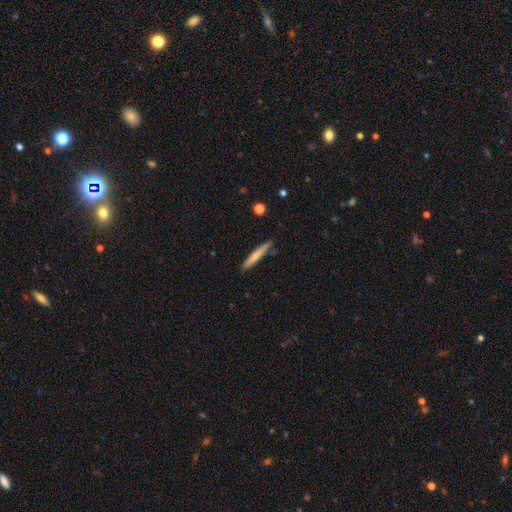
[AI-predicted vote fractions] smooth_or_featured: smooth (p=0.65) [alt: featured or disk p=0.29]
how_rounded: cigar-shaped (p=0.95) [alt: in between p=0.04]
merging: none (p=0.87) [alt: minor disturbance p=0.09]